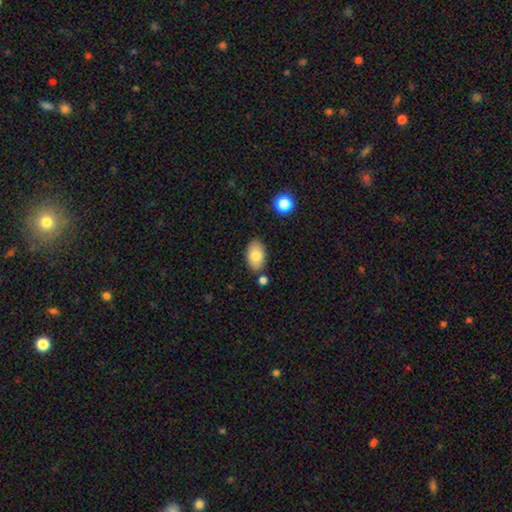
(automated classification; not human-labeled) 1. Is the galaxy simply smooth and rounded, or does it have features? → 81% smooth, 12% featured or disk, 7% star or artifact.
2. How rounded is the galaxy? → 92% in between, 7% round, 1% cigar-shaped.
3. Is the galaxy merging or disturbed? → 80% none, 12% minor disturbance, 6% merger, 2% major disturbance.